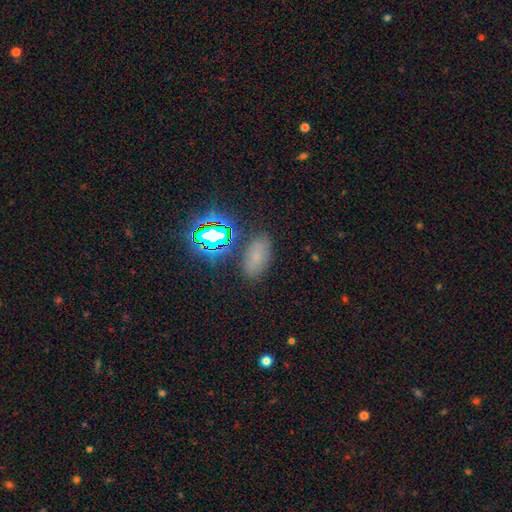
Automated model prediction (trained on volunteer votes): Q: Smooth or featured?
A: smooth (59%); runner-up: star or artifact (31%)
Q: How rounded?
A: in between (89%); runner-up: round (7%)
Q: Merging?
A: none (79%); runner-up: minor disturbance (13%)